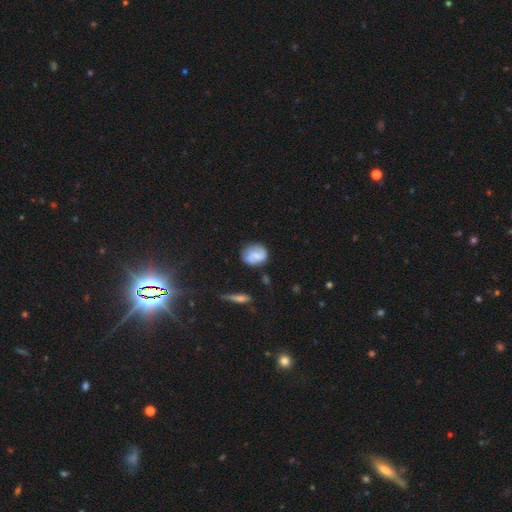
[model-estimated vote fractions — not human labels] Smooth or featured? smooth (56%)
How rounded? round (63%)
Merging? none (67%)